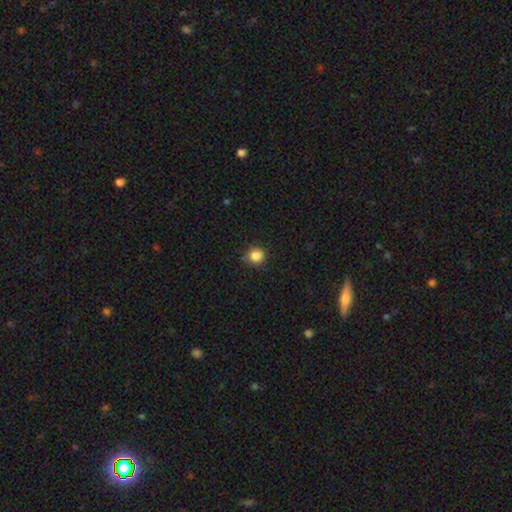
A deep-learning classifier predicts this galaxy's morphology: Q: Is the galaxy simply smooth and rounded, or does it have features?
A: smooth — 85%.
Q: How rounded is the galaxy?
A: round — 93%.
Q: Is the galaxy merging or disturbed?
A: none — 83%.